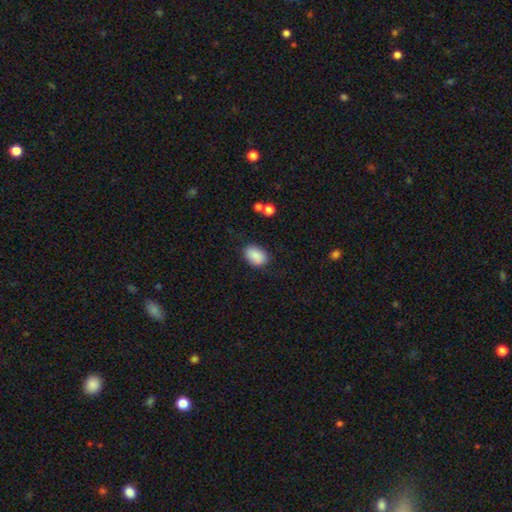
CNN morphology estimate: smooth 88%, star or artifact 7%, featured or disk 5%. Down the decision tree: how rounded — in between (84%); merging — none (80%).